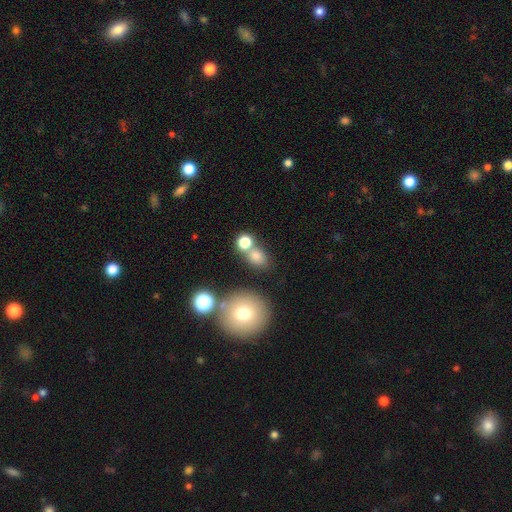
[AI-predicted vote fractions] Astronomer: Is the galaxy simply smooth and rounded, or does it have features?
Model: smooth — 75%.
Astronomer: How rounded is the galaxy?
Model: round — 53% (runner-up: in between, 45%).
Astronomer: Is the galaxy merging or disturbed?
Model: none — 53% (runner-up: merger, 31%).